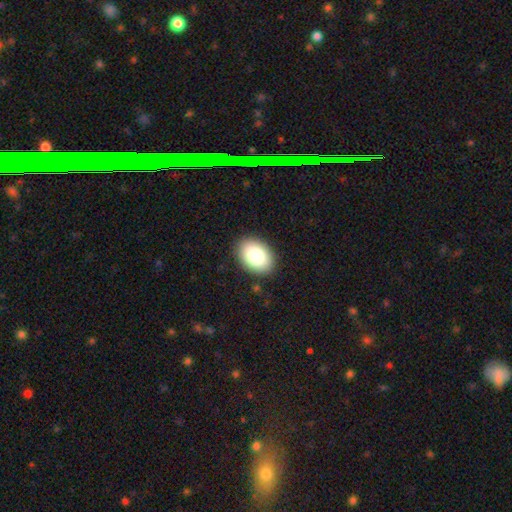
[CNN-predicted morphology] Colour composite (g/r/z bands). It shows a smooth galaxy with no disk features (84%) that is in between round and cigar-shaped (82%). Merging: none (89%).